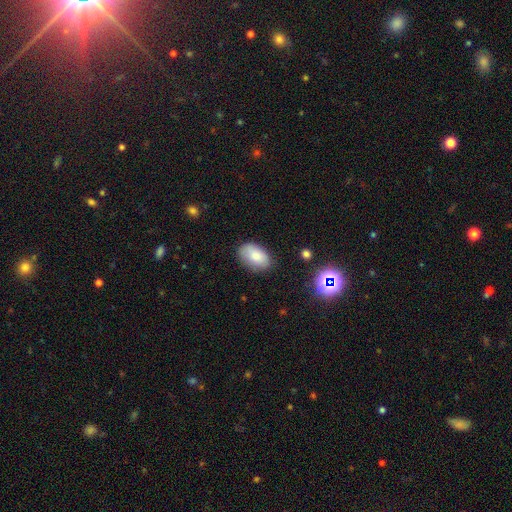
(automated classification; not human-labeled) smooth_or_featured: smooth (p=0.81) [alt: featured or disk p=0.10]
how_rounded: in between (p=0.92) [alt: round p=0.07]
merging: none (p=0.78) [alt: minor disturbance p=0.17]